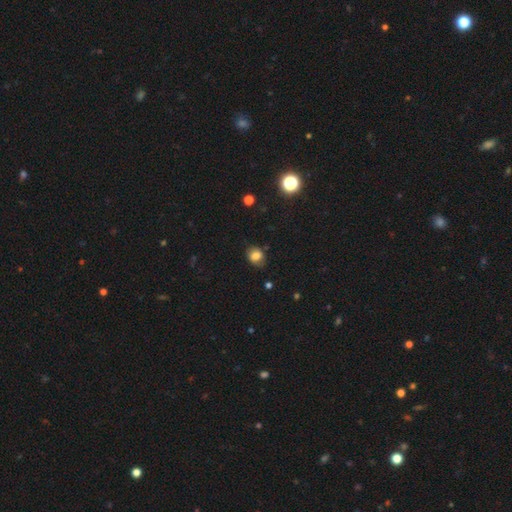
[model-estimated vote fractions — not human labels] A smooth galaxy with no disk features (77%) that is round (54%). Merging: none (73%).